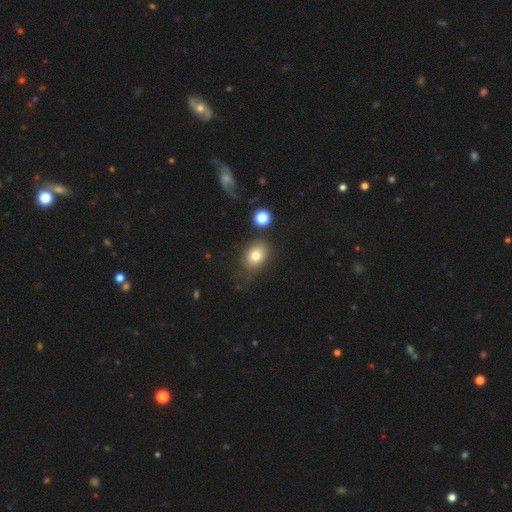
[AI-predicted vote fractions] Smooth or featured?
  - smooth: 78% *
  - featured or disk: 11%
  - star or artifact: 11%
How rounded?
  - in between: 68% *
  - round: 31%
  - cigar-shaped: 1%
Merging?
  - none: 72% *
  - minor disturbance: 17%
  - major disturbance: 6%
  - merger: 5%